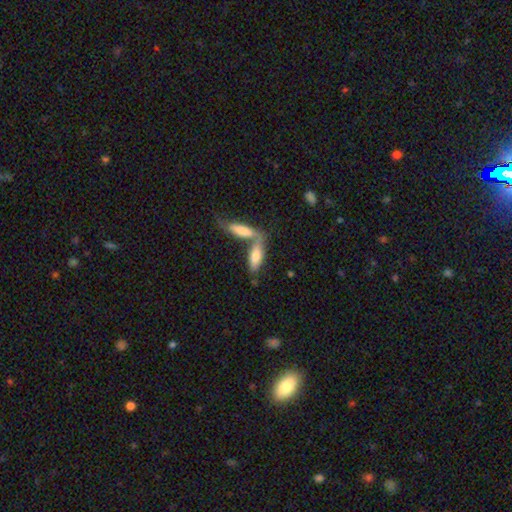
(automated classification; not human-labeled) The model was most divided on "how rounded": in between: 53%, cigar-shaped: 44%, round: 2%. More confident: smooth or featured — smooth (70%); merging — merger (52%).